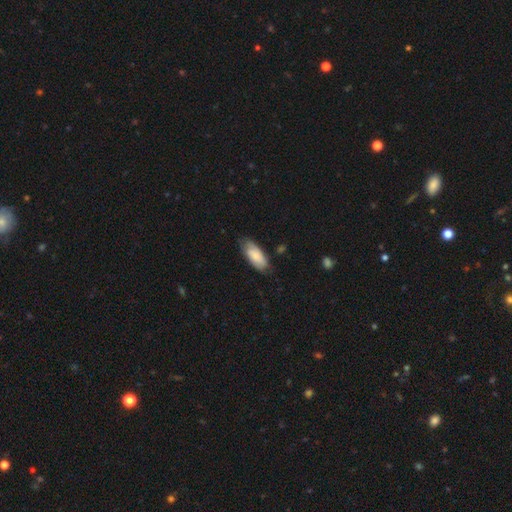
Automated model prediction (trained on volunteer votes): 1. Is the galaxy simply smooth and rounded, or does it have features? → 75% smooth, 19% featured or disk, 6% star or artifact.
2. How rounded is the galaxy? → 84% in between, 14% cigar-shaped, 2% round.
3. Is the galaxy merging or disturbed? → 65% none, 27% minor disturbance, 6% major disturbance, 2% merger.